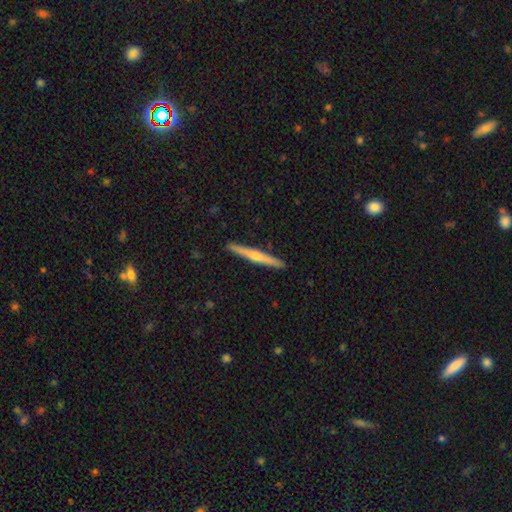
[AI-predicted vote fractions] A featured or disk galaxy (58%) viewed edge-on (98%) with a rounded central bulge (76%). Merging: none (92%).